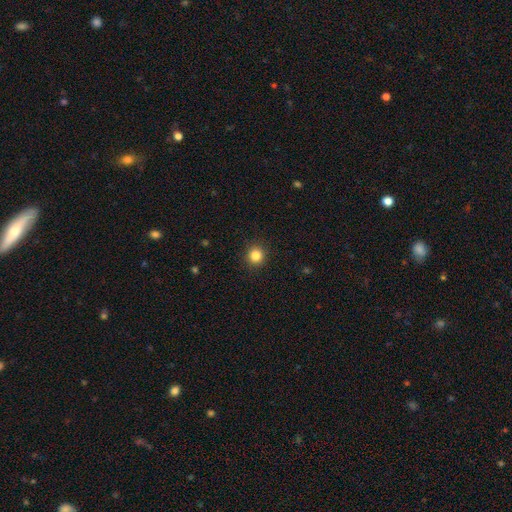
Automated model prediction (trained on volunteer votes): Overall: smooth (84%). How rounded: round (93%). Merging: none (91%).